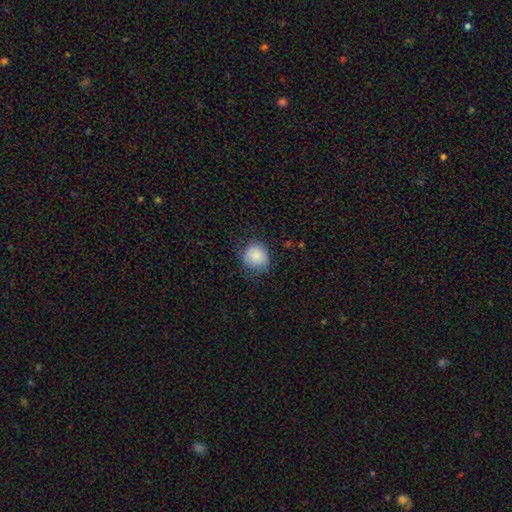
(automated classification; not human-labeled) This appears to be a smooth galaxy with no disk features (85%) that is round (84%). Merging: none (70%).